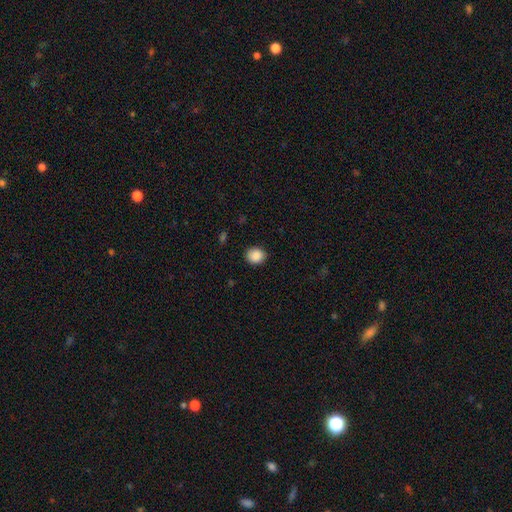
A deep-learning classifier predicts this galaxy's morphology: This appears to be a smooth galaxy with no disk features (89%) that is round (68%). Merging: none (86%).